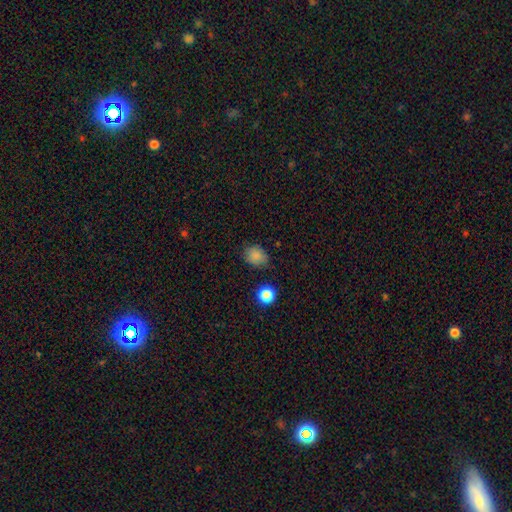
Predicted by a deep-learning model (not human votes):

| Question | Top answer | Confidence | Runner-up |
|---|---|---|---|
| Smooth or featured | smooth | 84% | star or artifact (11%) |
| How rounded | in between | 53% | round (46%) |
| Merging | none | 79% | minor disturbance (15%) |